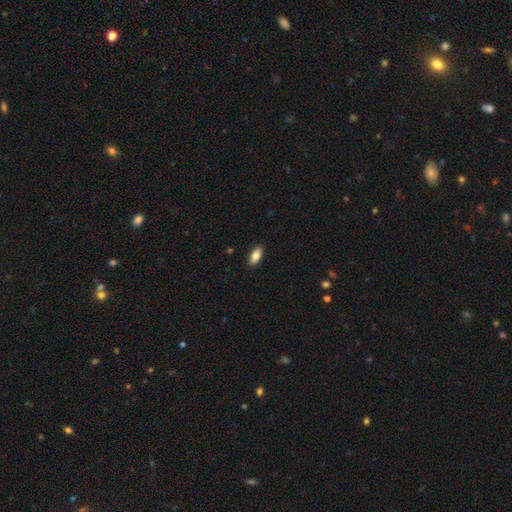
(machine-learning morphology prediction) This is clearly a smooth galaxy (82%). How rounded: clearly in between (88%). Merging: clearly none (89%).